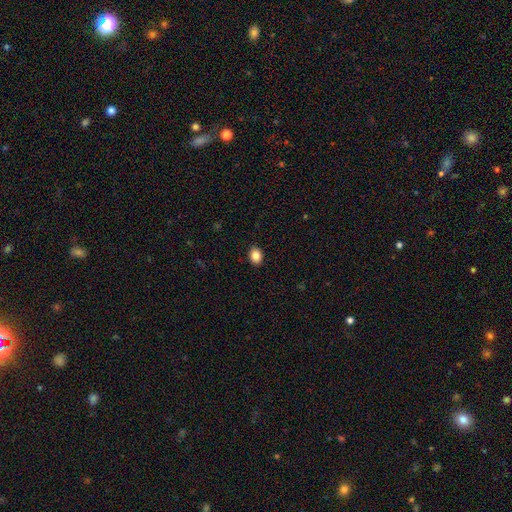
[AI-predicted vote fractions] Smooth or featured: smooth — 87% (star or artifact — 9%)
How rounded: in between — 63% (round — 36%)
Merging: none — 90% (minor disturbance — 7%)